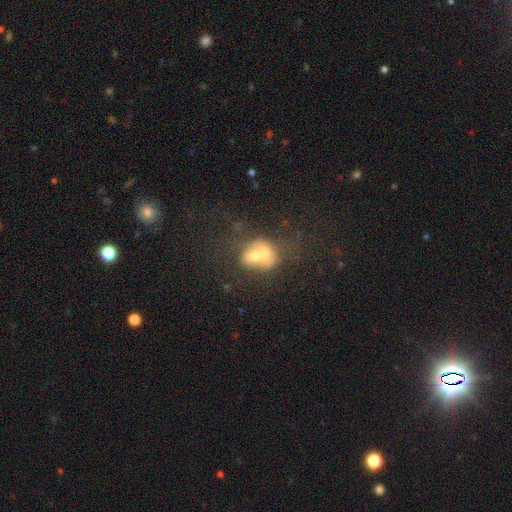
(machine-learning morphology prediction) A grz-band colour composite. It shows a smooth galaxy with no disk features (54%) that is round (55%). Merging: merger (70%).